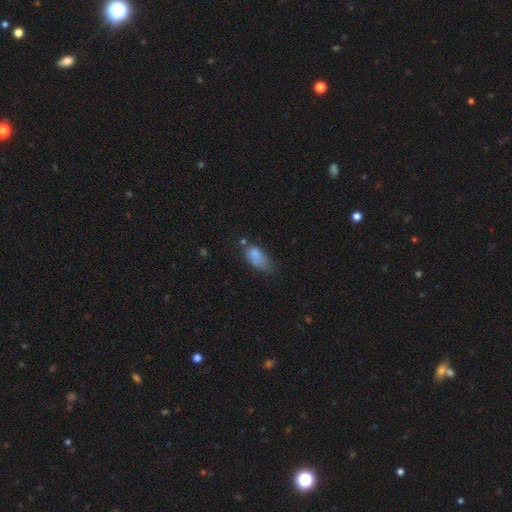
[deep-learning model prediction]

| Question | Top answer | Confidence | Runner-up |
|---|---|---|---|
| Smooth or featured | smooth | 78% | featured or disk (12%) |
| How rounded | in between | 87% | cigar-shaped (8%) |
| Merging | minor disturbance | 36% | none (33%) |